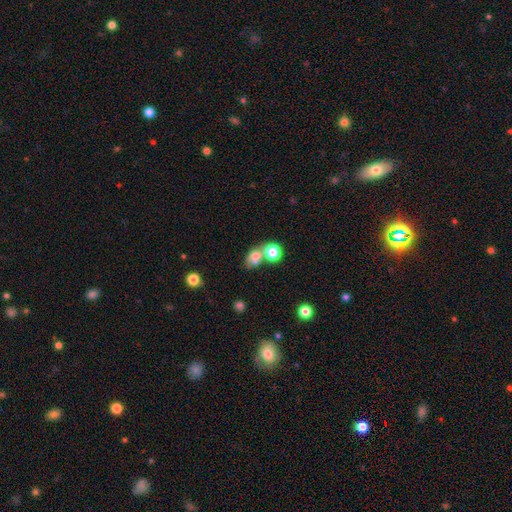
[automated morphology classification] Smooth or featured? smooth (68%)
How rounded? in between (49%, tied with round)
Merging? merger (55%)